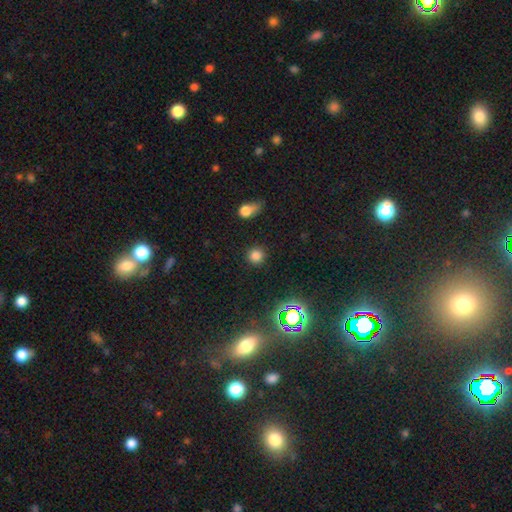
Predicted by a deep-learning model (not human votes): smooth 76%, star or artifact 19%, featured or disk 5%. Down the decision tree: how rounded — round (91%); merging — none (87%).